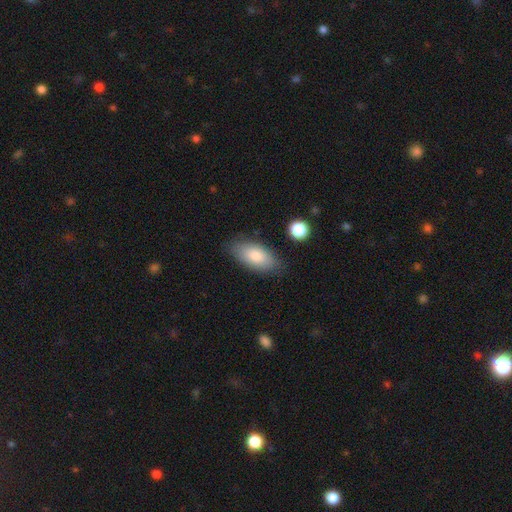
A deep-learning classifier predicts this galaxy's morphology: Q: Smooth or featured?
A: smooth (83%); runner-up: featured or disk (11%)
Q: How rounded?
A: in between (91%); runner-up: cigar-shaped (6%)
Q: Merging?
A: none (79%); runner-up: minor disturbance (15%)